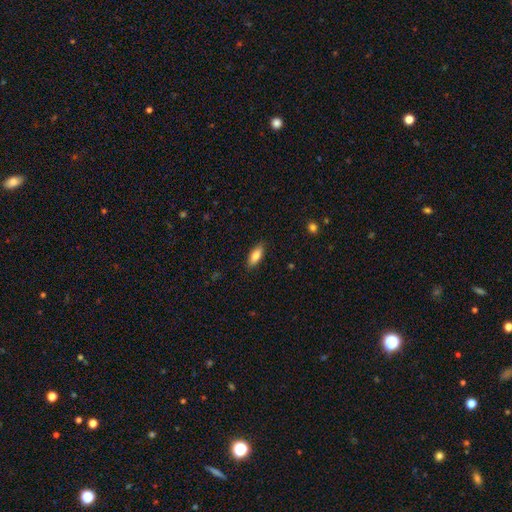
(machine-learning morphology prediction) Smooth or featured: smooth — 83% (featured or disk — 11%)
How rounded: in between — 79% (cigar-shaped — 19%)
Merging: none — 88% (minor disturbance — 9%)